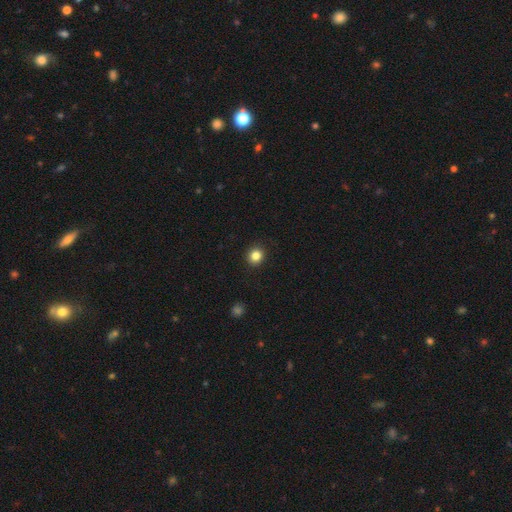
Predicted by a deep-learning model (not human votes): smooth-or-featured: smooth: 84% | star or artifact: 11% | featured or disk: 5%
  how-rounded: round: 85% | in between: 14% | cigar-shaped: 1%
  merging: none: 92% | minor disturbance: 6% | major disturbance: 2% | merger: 1%